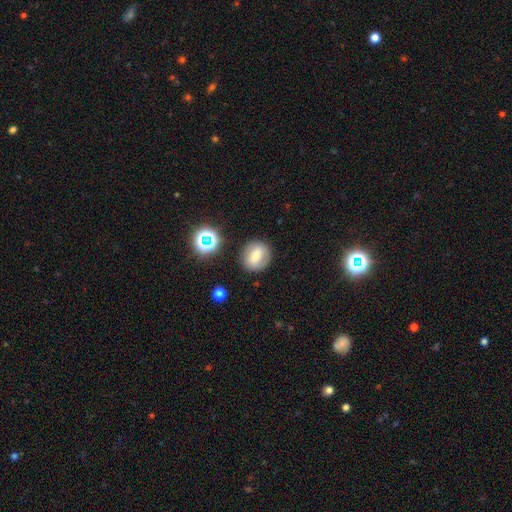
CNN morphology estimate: This is likely a smooth galaxy (63%). How rounded: likely round (73%). Merging: clearly none (83%).